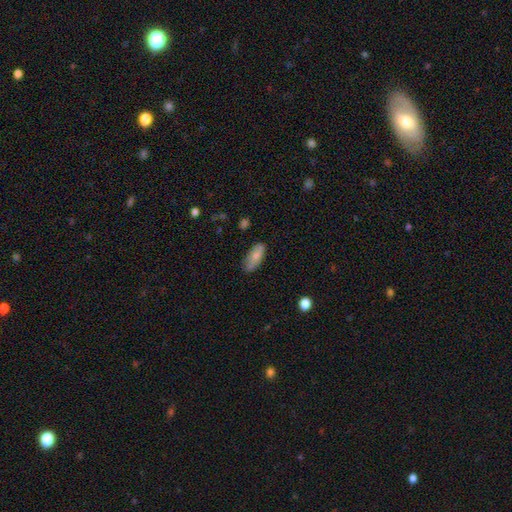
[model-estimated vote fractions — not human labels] smooth 76%, featured or disk 18%, star or artifact 6%. Down the decision tree: how rounded — in between (81%); merging — none (69%).